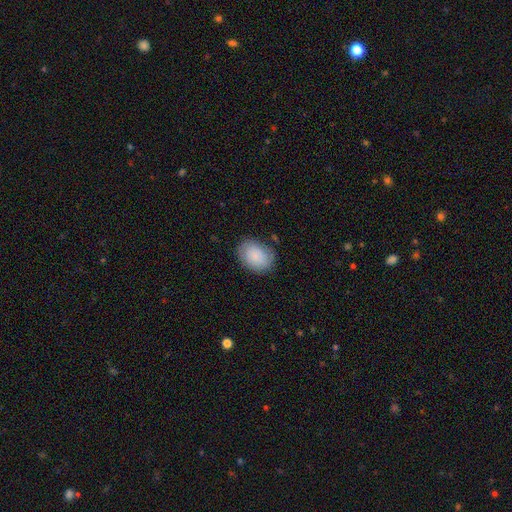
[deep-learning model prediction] Smooth or featured?
  - smooth: 83% *
  - featured or disk: 10%
  - star or artifact: 7%
How rounded?
  - in between: 74% *
  - round: 25%
  - cigar-shaped: 1%
Merging?
  - none: 77% *
  - minor disturbance: 17%
  - major disturbance: 4%
  - merger: 2%